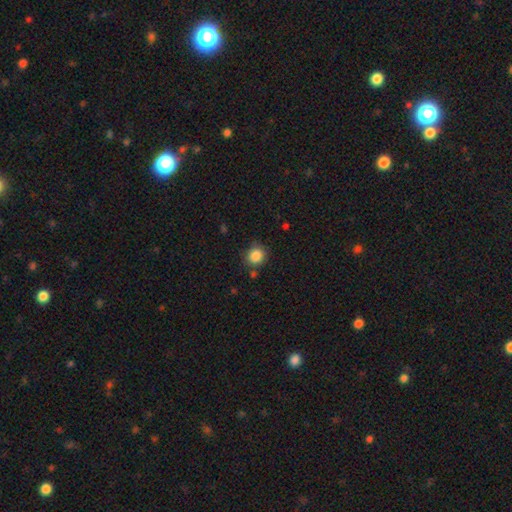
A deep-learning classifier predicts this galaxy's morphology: Q: Smooth or featured?
A: smooth (86%); runner-up: star or artifact (10%)
Q: How rounded?
A: round (84%); runner-up: in between (16%)
Q: Merging?
A: none (79%); runner-up: minor disturbance (13%)